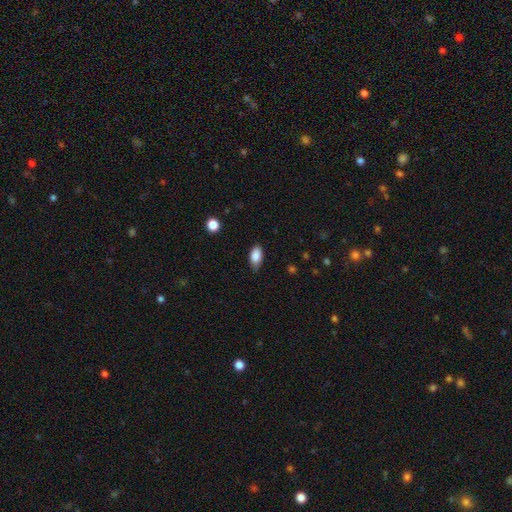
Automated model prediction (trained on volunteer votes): smooth-or-featured: smooth: 87% | star or artifact: 8% | featured or disk: 6%
  how-rounded: in between: 91% | round: 5% | cigar-shaped: 4%
  merging: none: 72% | minor disturbance: 24% | major disturbance: 4% | merger: 1%